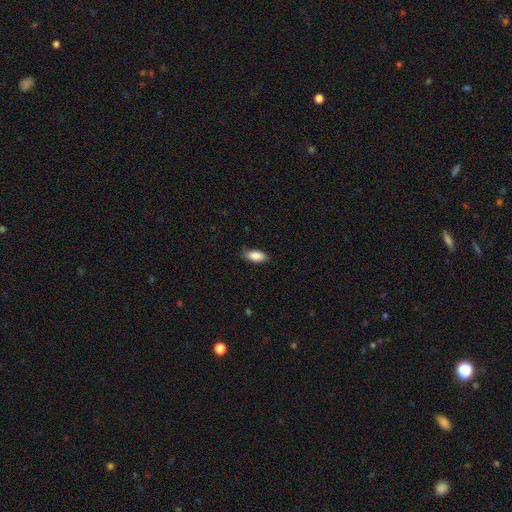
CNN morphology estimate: Smooth or featured? smooth (88%)
How rounded? in between (89%)
Merging? none (82%)